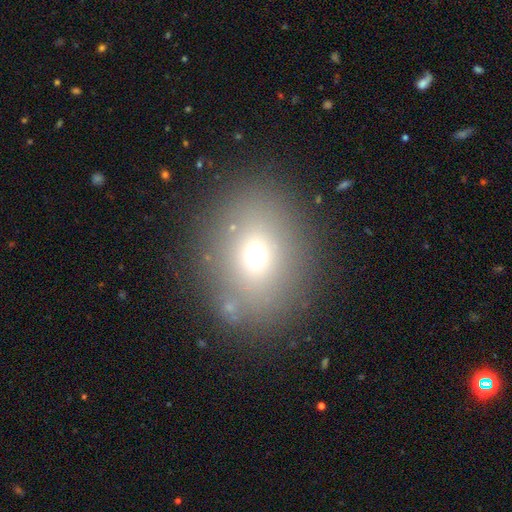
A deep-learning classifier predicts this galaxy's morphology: A smooth galaxy with no disk features (67%) that is round (56%). Merging: none (83%).